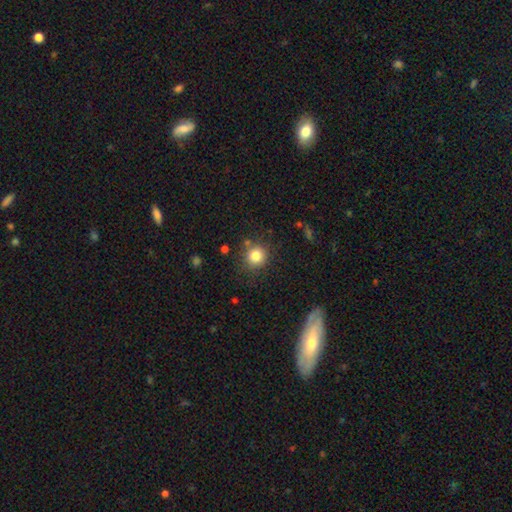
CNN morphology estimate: Smooth or featured: smooth — 82% (star or artifact — 12%)
How rounded: round — 91% (in between — 9%)
Merging: none — 82% (minor disturbance — 10%)